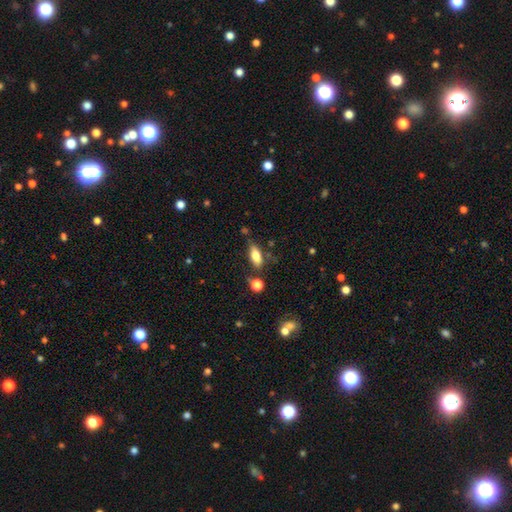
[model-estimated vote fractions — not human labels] Smooth or featured? Predicted: smooth (p=0.76). How rounded? Predicted: in between (p=0.81). Merging? Predicted: none (p=0.73).